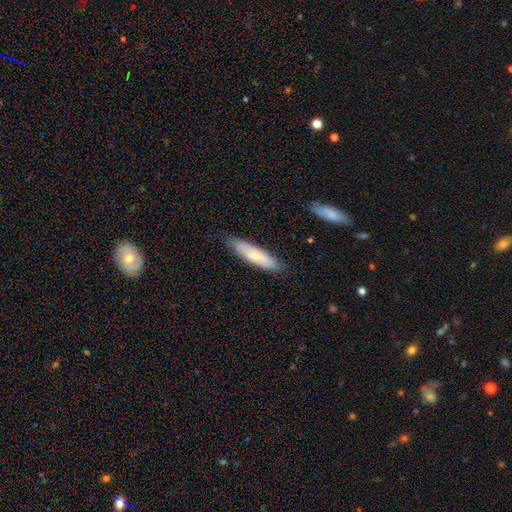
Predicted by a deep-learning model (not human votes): A smooth galaxy with no disk features (66%) that is cigar-shaped (68%).

Vote fractions:
- Smooth or featured? smooth: 66% / featured or disk: 28% / star or artifact: 6%
- How rounded? cigar-shaped: 68% / in between: 31% / round: 1%
- Merging? none: 80% / minor disturbance: 16% / major disturbance: 3% / merger: 1%